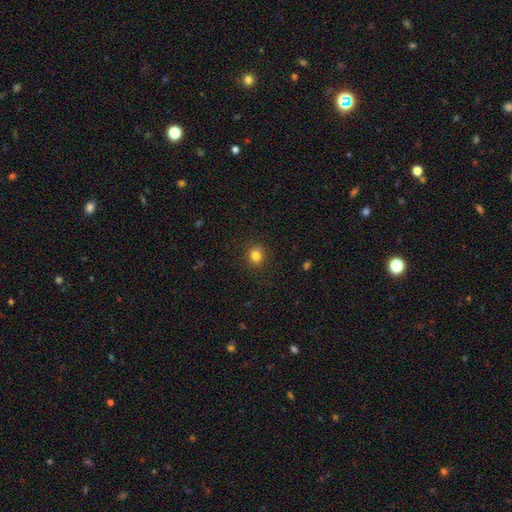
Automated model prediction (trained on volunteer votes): Q: Smooth or featured?
A: smooth (81%); runner-up: star or artifact (13%)
Q: How rounded?
A: round (78%); runner-up: in between (21%)
Q: Merging?
A: none (87%); runner-up: minor disturbance (9%)